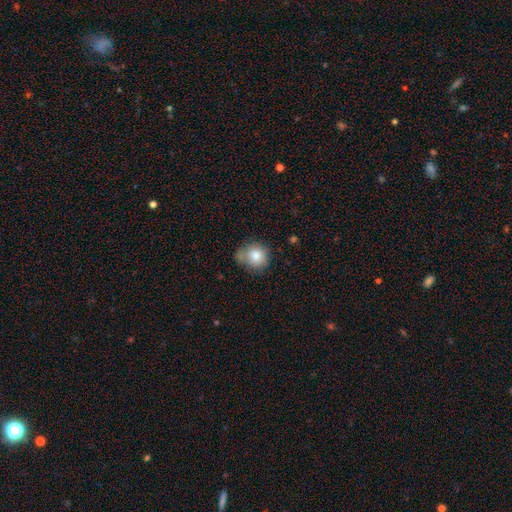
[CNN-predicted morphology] Q: Smooth or featured?
A: smooth (82%); runner-up: featured or disk (10%)
Q: How rounded?
A: round (82%); runner-up: in between (17%)
Q: Merging?
A: none (53%); runner-up: minor disturbance (26%)